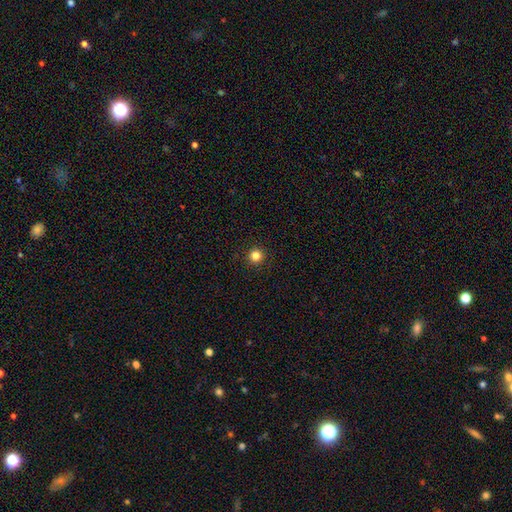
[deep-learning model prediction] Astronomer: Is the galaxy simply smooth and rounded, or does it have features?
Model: smooth — 83%.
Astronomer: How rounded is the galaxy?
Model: round — 96%.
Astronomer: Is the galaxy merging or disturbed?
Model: none — 93%.